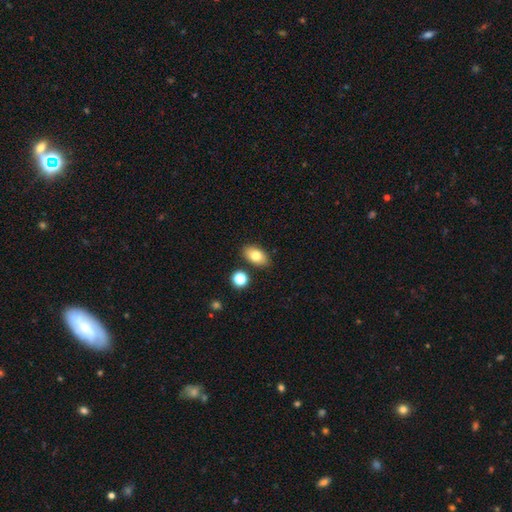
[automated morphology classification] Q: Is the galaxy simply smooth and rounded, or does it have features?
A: smooth — 78%.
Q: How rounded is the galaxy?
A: in between — 90%.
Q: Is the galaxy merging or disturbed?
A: none — 84%.